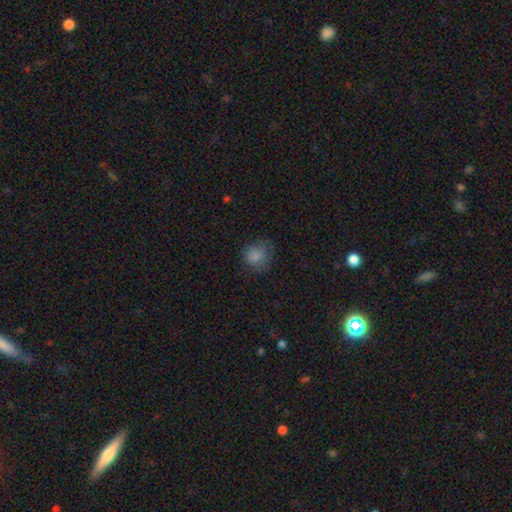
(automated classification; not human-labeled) The model was most divided on "merging": none: 67%, minor disturbance: 22%, major disturbance: 9%, merger: 1%. More confident: smooth or featured — smooth (82%); how rounded — round (77%).